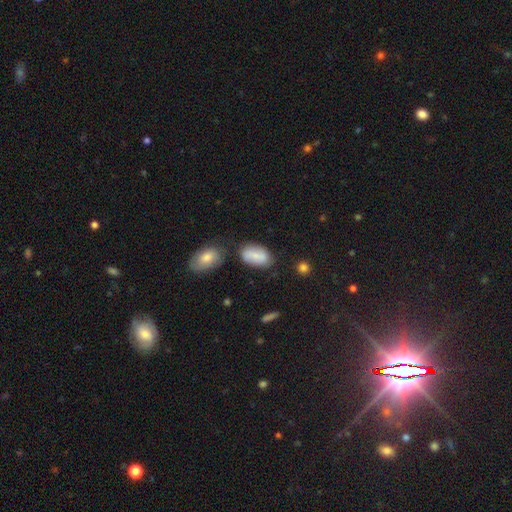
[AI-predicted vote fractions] Smooth or featured?
  - smooth: 75% *
  - featured or disk: 17%
  - star or artifact: 7%
How rounded?
  - in between: 92% *
  - round: 5%
  - cigar-shaped: 3%
Merging?
  - none: 67% *
  - minor disturbance: 17%
  - merger: 11%
  - major disturbance: 5%